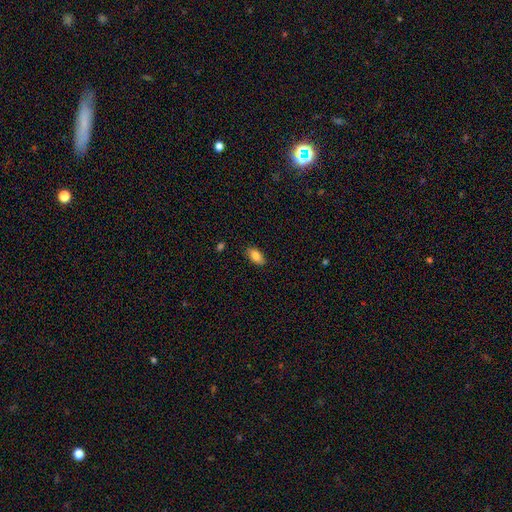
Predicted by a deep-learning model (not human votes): Morphology: type=smooth (84%); roundness=in between (91%); merging=none (85%).